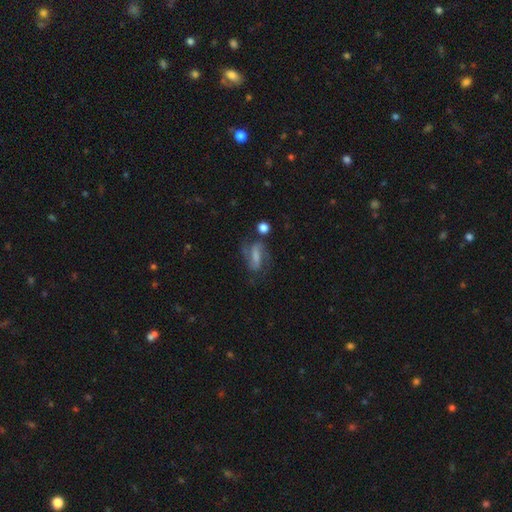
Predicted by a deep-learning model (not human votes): Overall: featured or disk (66%). Edge-on disk: no (95%). Bar: weak (39%; strong 38%). Spiral arms: yes (91%). Spiral arm count: 2 (84%). Spiral winding: medium (48%; loose 35%). Bulge size: none (37%; small 27%). Merging: none (55%; minor disturbance 20%).